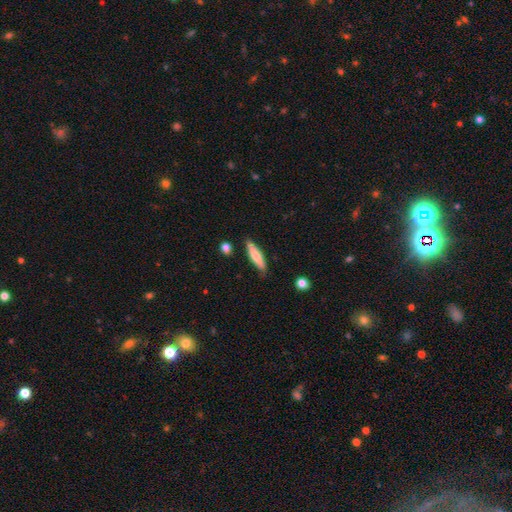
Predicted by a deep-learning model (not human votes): This appears to be a smooth galaxy with no disk features (68%) that is cigar-shaped (78%). Merging: none (83%).